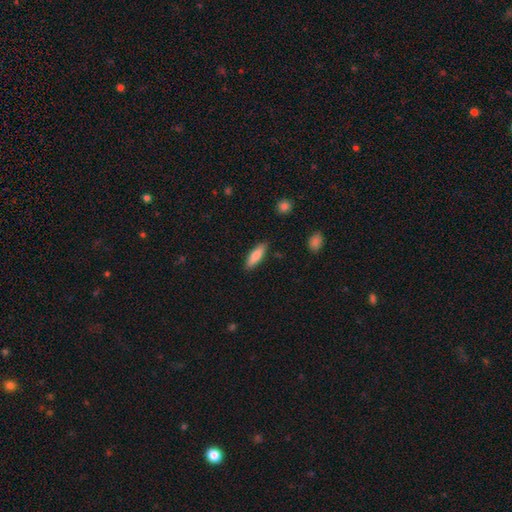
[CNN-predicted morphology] smooth 78%, featured or disk 16%, star or artifact 6%. Down the decision tree: how rounded — cigar-shaped (55%); merging — none (87%).